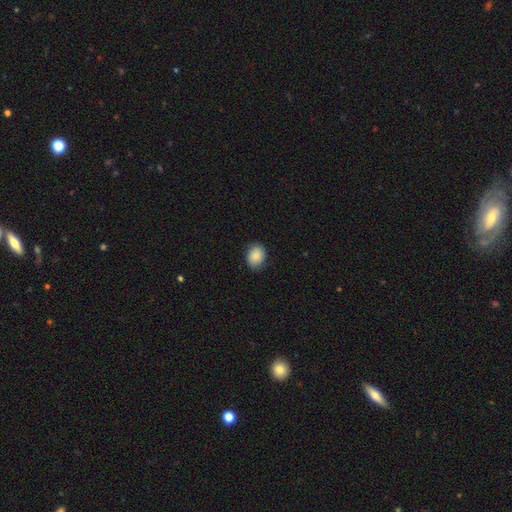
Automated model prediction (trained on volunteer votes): Smooth or featured?
  - smooth: 85% *
  - featured or disk: 8%
  - star or artifact: 7%
How rounded?
  - in between: 53% *
  - round: 46%
  - cigar-shaped: 1%
Merging?
  - none: 81% *
  - minor disturbance: 15%
  - major disturbance: 3%
  - merger: 1%